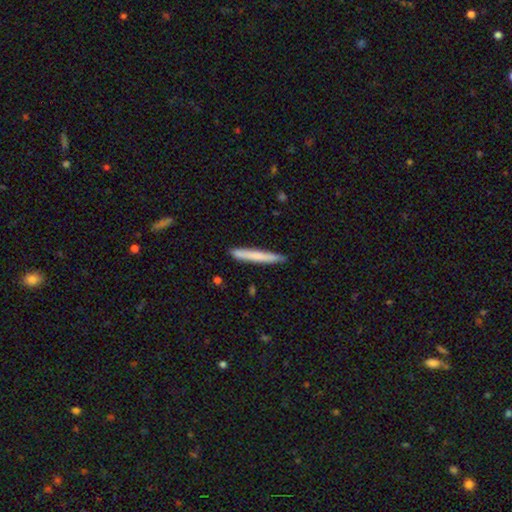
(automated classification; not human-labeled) The model was most divided on "smooth or featured": smooth: 72%, featured or disk: 23%, star or artifact: 5%. More confident: how rounded — cigar-shaped (96%); merging — none (89%).